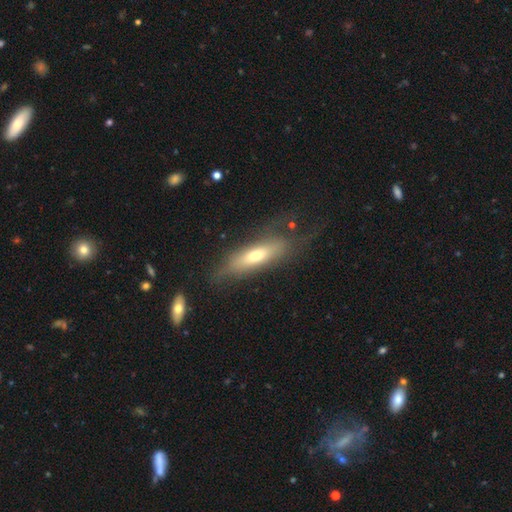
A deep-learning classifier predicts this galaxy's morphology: Q: Smooth or featured?
A: smooth (53%); runner-up: featured or disk (39%)
Q: How rounded?
A: cigar-shaped (55%); runner-up: in between (42%)
Q: Merging?
A: none (59%); runner-up: minor disturbance (22%)